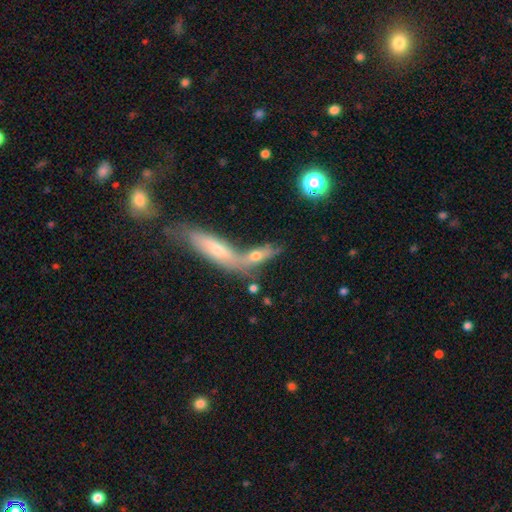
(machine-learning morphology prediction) A smooth galaxy with no disk features (55%) that is in between round and cigar-shaped (49%).

Vote fractions:
- Smooth or featured? smooth: 55% / featured or disk: 35% / star or artifact: 10%
- How rounded? in between: 49% / cigar-shaped: 45% / round: 5%
- Merging? merger: 54% / none: 31% / minor disturbance: 9% / major disturbance: 6%